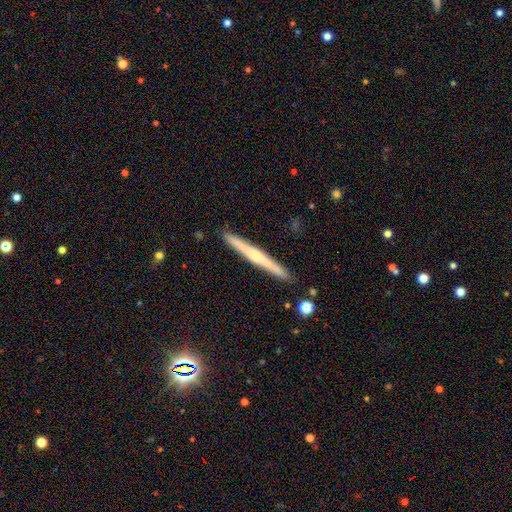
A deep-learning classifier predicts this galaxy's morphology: type=featured or disk (62%); edge-on=yes (98%); edge-on bulge=rounded (56%); merging=none (91%).